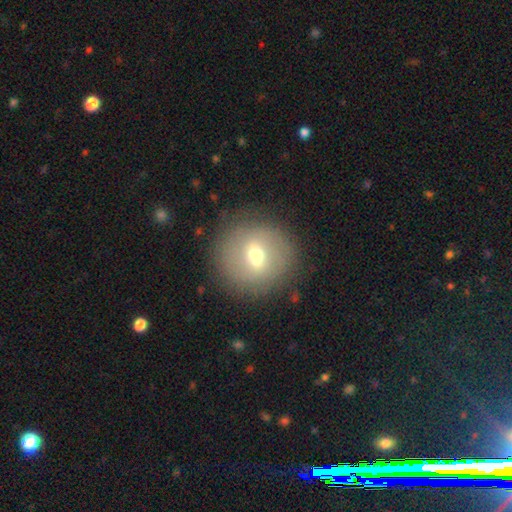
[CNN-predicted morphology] Smooth or featured? smooth (54%)
How rounded? round (91%)
Merging? none (84%)